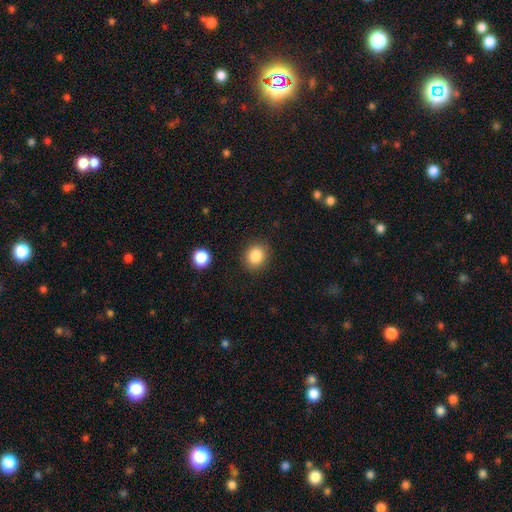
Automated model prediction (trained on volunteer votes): Smooth or featured?
  - smooth: 86% *
  - star or artifact: 9%
  - featured or disk: 5%
How rounded?
  - round: 72% *
  - in between: 27%
  - cigar-shaped: 1%
Merging?
  - none: 88% *
  - minor disturbance: 8%
  - major disturbance: 3%
  - merger: 2%